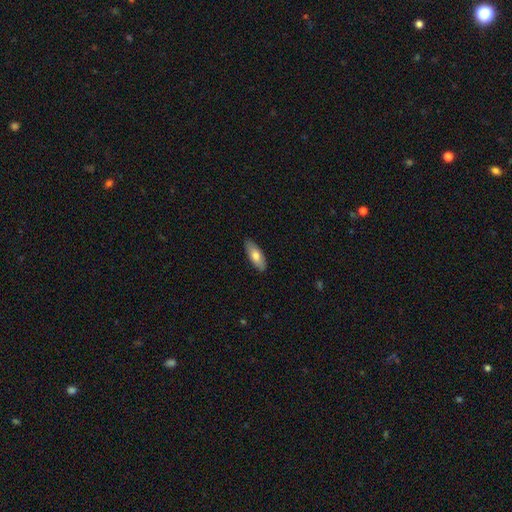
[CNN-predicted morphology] smooth 72%, featured or disk 22%, star or artifact 6%. Down the decision tree: how rounded — in between (72%); merging — none (87%).